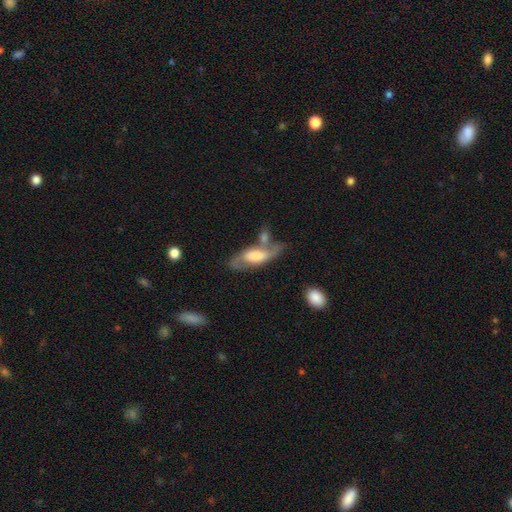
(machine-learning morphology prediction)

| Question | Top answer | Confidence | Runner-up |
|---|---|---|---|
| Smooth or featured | featured or disk | 52% | smooth (41%) |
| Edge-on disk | no | 77% | yes (23%) |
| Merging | none | 41% | merger (25%) |